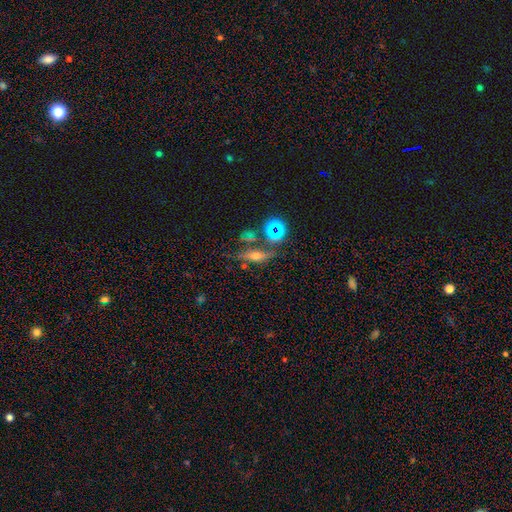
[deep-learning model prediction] A featured or disk galaxy (45%).

Vote fractions:
- Smooth or featured? featured or disk: 45% / smooth: 34% / star or artifact: 22%
- Merging? none: 68% / minor disturbance: 14% / merger: 11% / major disturbance: 7%